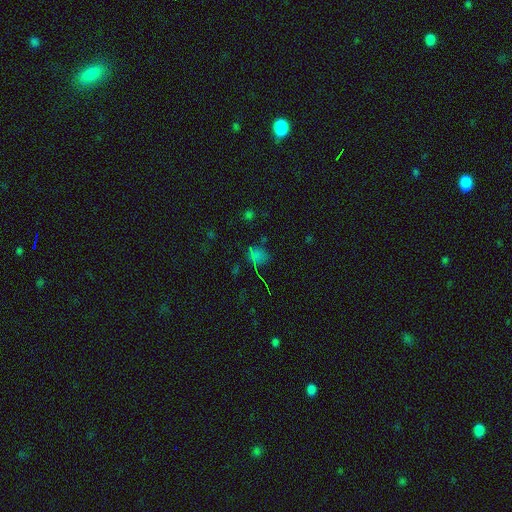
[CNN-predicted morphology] smooth-or-featured: star or artifact: 48% | smooth: 44% | featured or disk: 8%